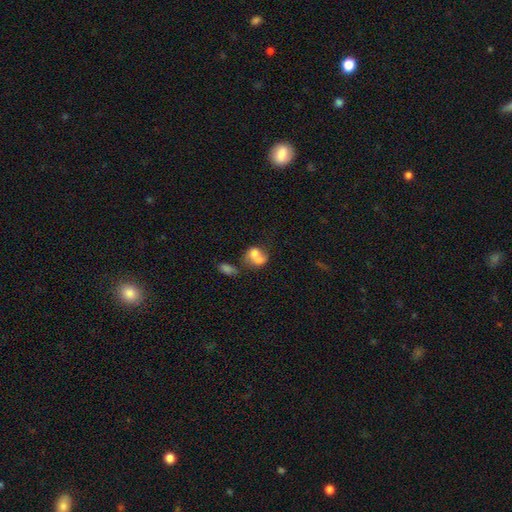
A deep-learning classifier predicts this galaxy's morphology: smooth 66%, featured or disk 24%, star or artifact 10%. Down the decision tree: how rounded — in between (53%); merging — merger (61%).